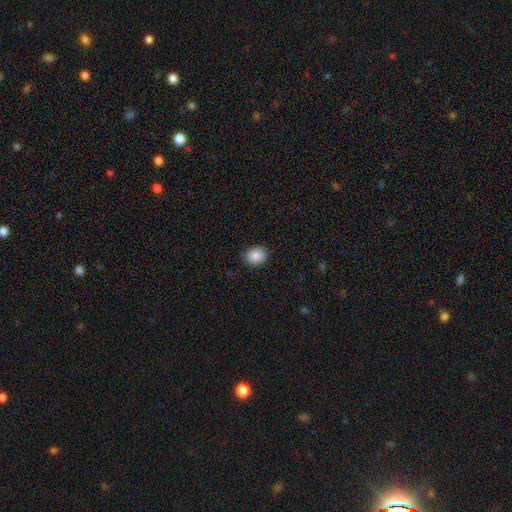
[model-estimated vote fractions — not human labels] smooth_or_featured: smooth (p=0.88) [alt: star or artifact p=0.08]
how_rounded: round (p=0.64) [alt: in between p=0.35]
merging: none (p=0.85) [alt: minor disturbance p=0.11]